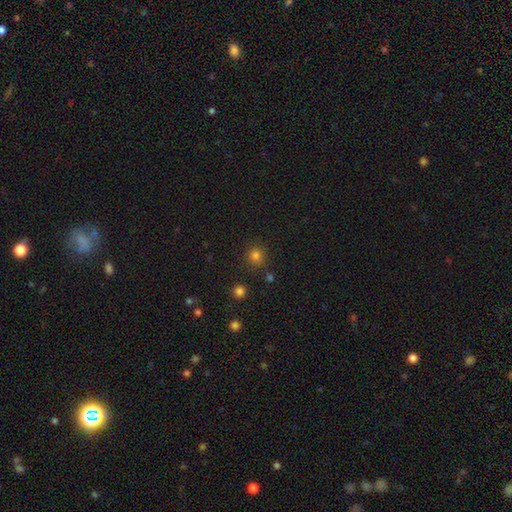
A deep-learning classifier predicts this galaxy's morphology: A smooth galaxy with no disk features (79%) that is round (90%). Merging: none (84%).